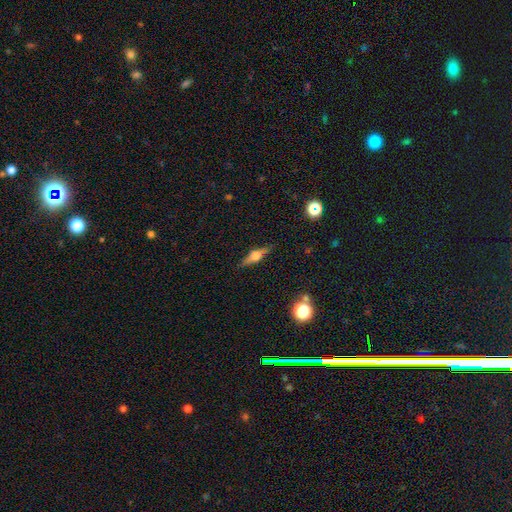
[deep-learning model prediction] Q: Smooth or featured?
A: featured or disk (60%); runner-up: smooth (32%)
Q: Edge-on disk?
A: yes (95%); runner-up: no (5%)
Q: Edge-on bulge?
A: rounded (90%); runner-up: boxy (8%)
Q: Merging?
A: none (86%); runner-up: minor disturbance (10%)